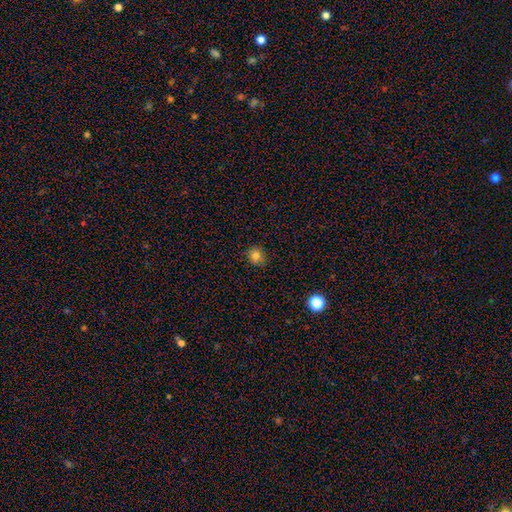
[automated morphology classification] smooth 82%, star or artifact 13%, featured or disk 5%. Down the decision tree: how rounded — round (83%); merging — none (89%).